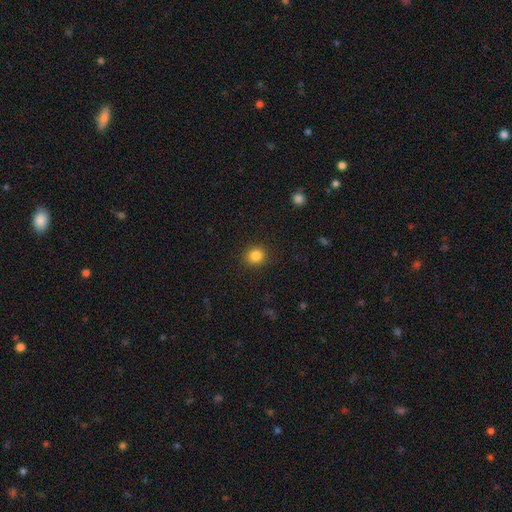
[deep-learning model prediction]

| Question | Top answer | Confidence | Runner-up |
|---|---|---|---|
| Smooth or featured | smooth | 85% | star or artifact (11%) |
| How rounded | round | 83% | in between (16%) |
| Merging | none | 89% | minor disturbance (7%) |